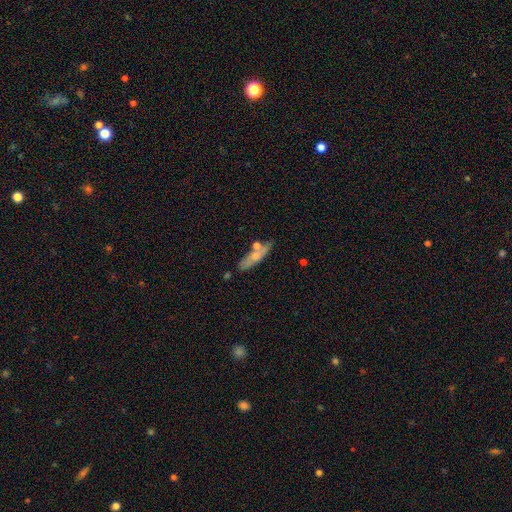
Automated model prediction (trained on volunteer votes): Overall: smooth (56%; featured or disk 36%). How rounded: cigar-shaped (65%; in between 31%). Merging: none (61%).